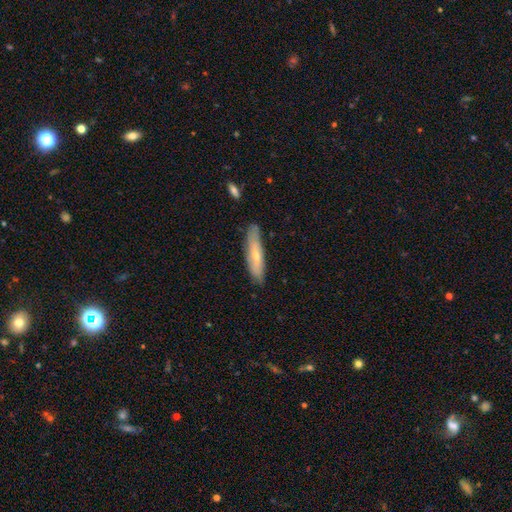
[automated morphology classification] A smooth galaxy with no disk features (53%) that is cigar-shaped (71%).

Vote fractions:
- Smooth or featured? smooth: 53% / featured or disk: 41% / star or artifact: 6%
- How rounded? cigar-shaped: 71% / in between: 27% / round: 2%
- Merging? none: 79% / minor disturbance: 16% / major disturbance: 3% / merger: 2%